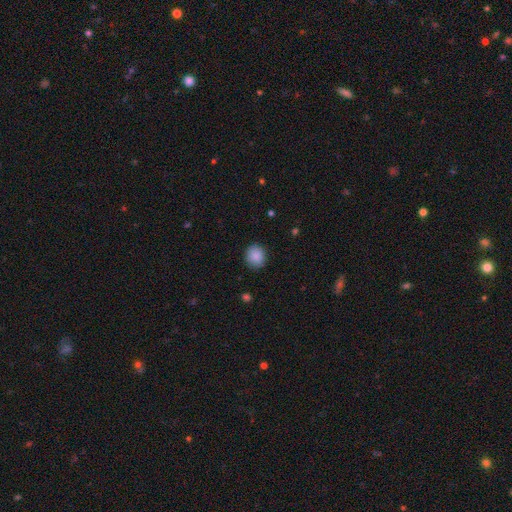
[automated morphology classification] The model was most divided on "how rounded": round: 78%, in between: 21%, cigar-shaped: 1%. More confident: smooth or featured — smooth (89%); merging — none (88%).